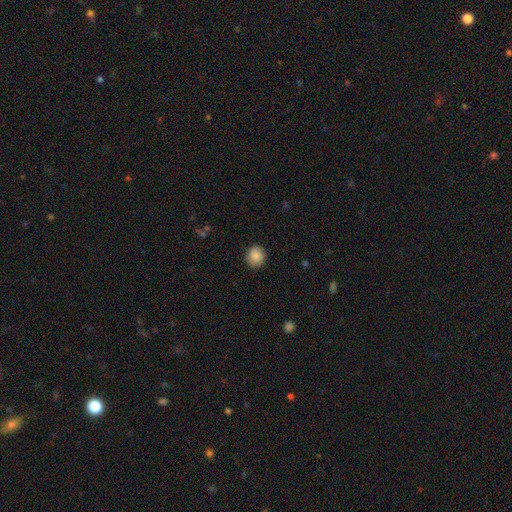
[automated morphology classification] Smooth or featured? Predicted: smooth (p=0.87). How rounded? Predicted: round (p=0.85). Merging? Predicted: none (p=0.89).